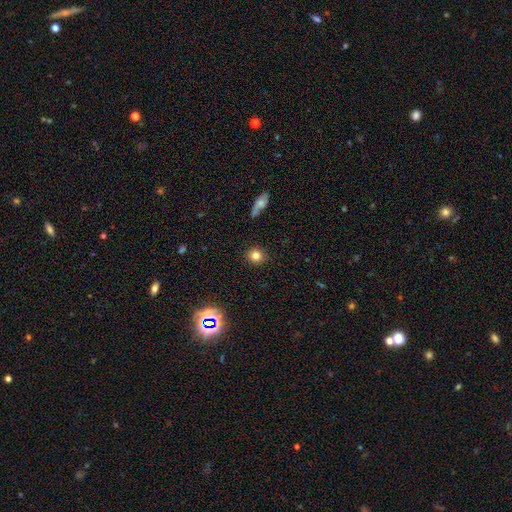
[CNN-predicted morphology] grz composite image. It shows a smooth galaxy with no disk features (79%) that is round (89%). Merging: none (89%).